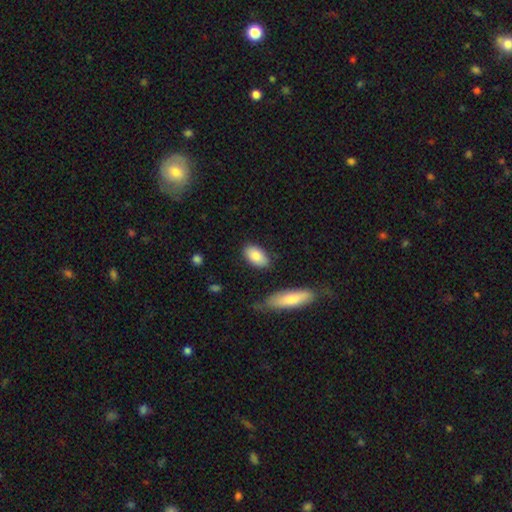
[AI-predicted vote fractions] The model was most divided on "merging": none: 81%, minor disturbance: 13%, merger: 4%, major disturbance: 3%. More confident: how rounded — in between (92%); smooth or featured — smooth (85%).